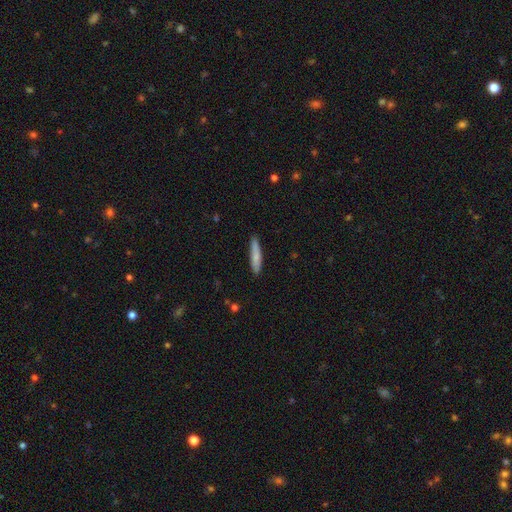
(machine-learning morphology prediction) Q: Smooth or featured?
A: smooth (74%); runner-up: featured or disk (20%)
Q: How rounded?
A: cigar-shaped (89%); runner-up: in between (10%)
Q: Merging?
A: none (87%); runner-up: minor disturbance (10%)